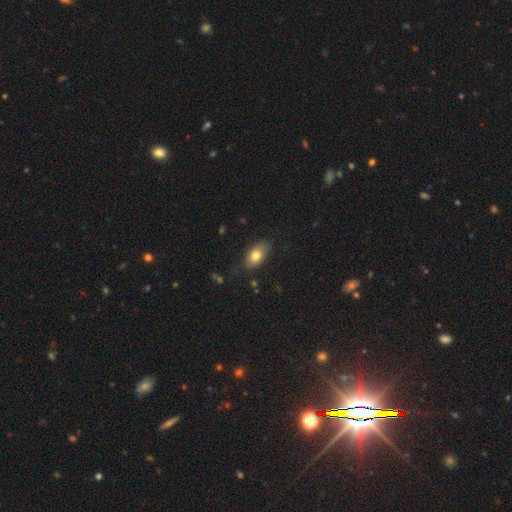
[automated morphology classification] type=smooth (78%); roundness=in between (90%); merging=none (81%).